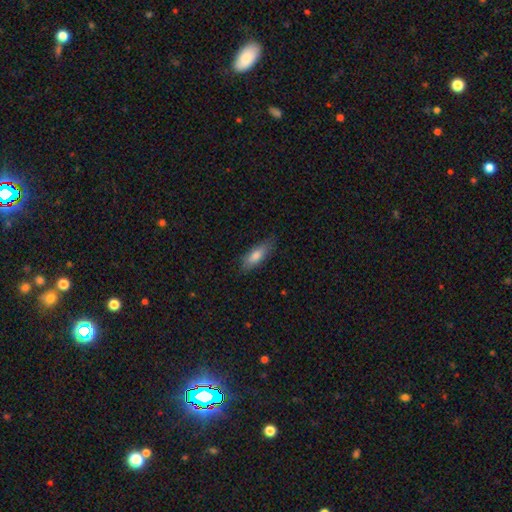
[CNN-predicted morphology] The model was most divided on "how rounded": in between: 55%, cigar-shaped: 43%, round: 2%. More confident: merging — none (79%); smooth or featured — smooth (75%).